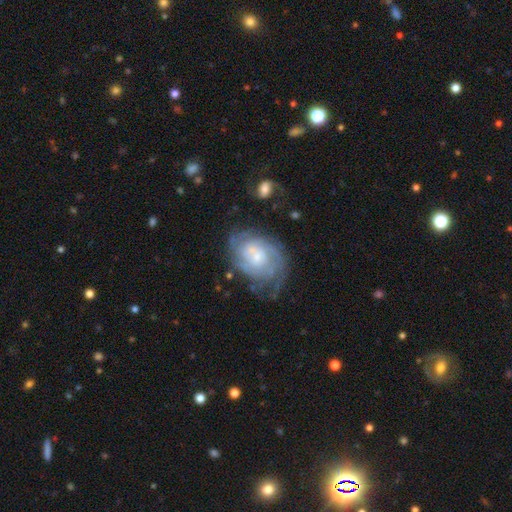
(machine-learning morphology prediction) This is likely a featured or disk galaxy (77%). It is clearly not viewed edge-on (97%). Bar: likely no (65%). Spiral arm pattern: clearly yes (89%). Spiral arm count: possibly can't tell (49%). Spiral winding: likely tight (62%). Central bulge: likely small (61%). Merging: possibly none (59%).